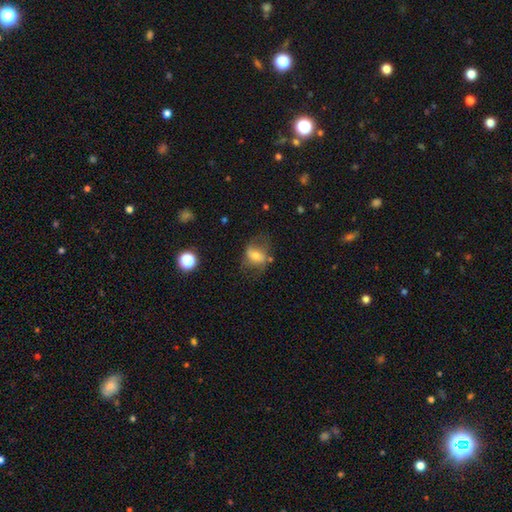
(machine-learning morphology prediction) smooth_or_featured: smooth (p=0.54) [alt: featured or disk p=0.35]
how_rounded: in between (p=0.65) [alt: round p=0.32]
merging: none (p=0.49) [alt: minor disturbance p=0.25]